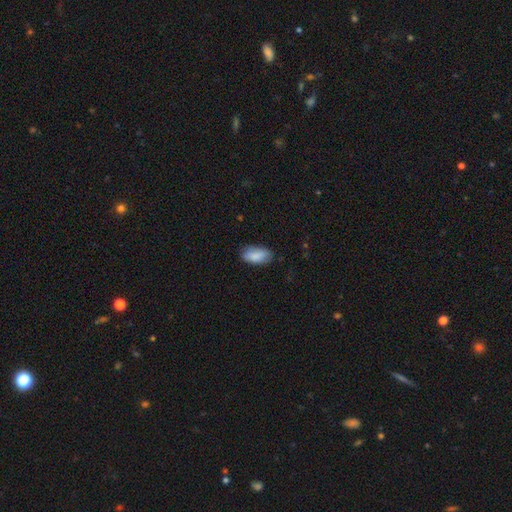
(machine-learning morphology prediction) A smooth galaxy with no disk features (87%) that is in between round and cigar-shaped (92%). Merging: none (77%).